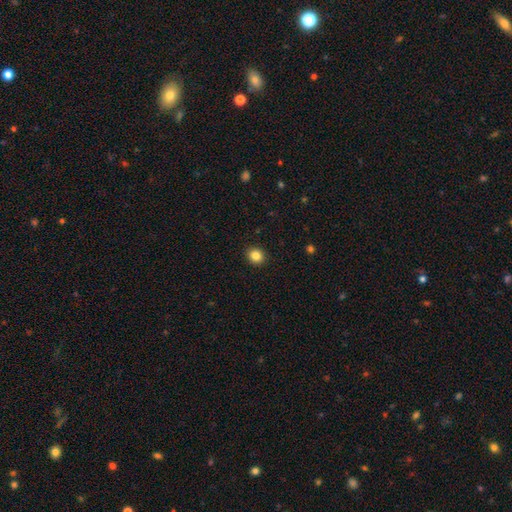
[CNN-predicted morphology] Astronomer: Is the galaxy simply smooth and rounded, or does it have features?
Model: smooth — 85%.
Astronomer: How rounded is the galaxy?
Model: round — 79%.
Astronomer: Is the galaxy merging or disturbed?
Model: none — 92%.